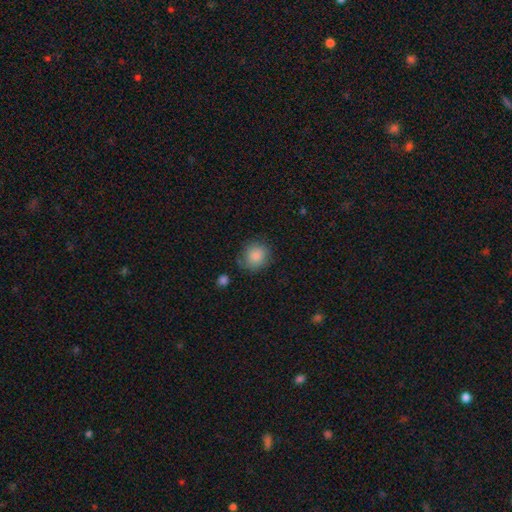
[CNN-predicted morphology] smooth-or-featured: smooth: 86% | star or artifact: 8% | featured or disk: 5%
  how-rounded: round: 85% | in between: 14% | cigar-shaped: 1%
  merging: none: 75% | minor disturbance: 17% | major disturbance: 5% | merger: 3%